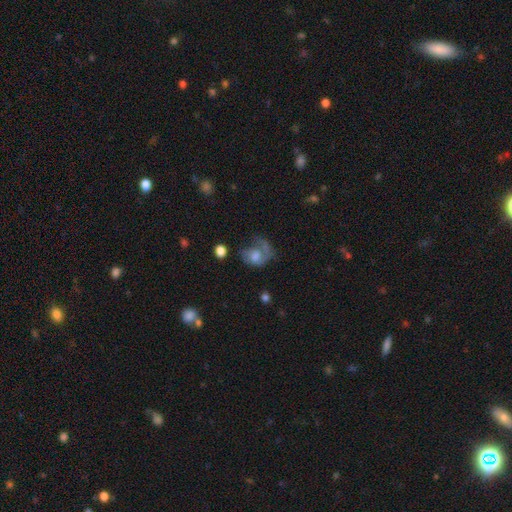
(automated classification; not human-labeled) Smooth or featured? Predicted: featured or disk (p=0.57). Edge-on disk? Predicted: no (p=0.97). Bar? Predicted: no (p=0.74). Spiral arms? Predicted: yes (p=0.79). Bulge size? Predicted: moderate (p=0.43). Merging? Predicted: major disturbance (p=0.40).